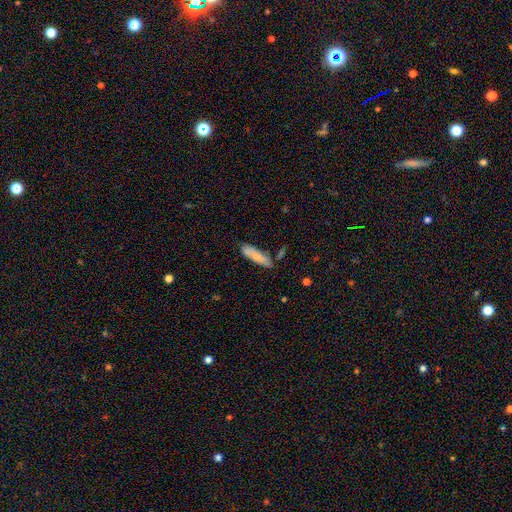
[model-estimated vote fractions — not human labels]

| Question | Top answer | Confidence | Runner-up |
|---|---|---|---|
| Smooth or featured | smooth | 76% | featured or disk (18%) |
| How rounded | cigar-shaped | 67% | in between (31%) |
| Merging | none | 71% | minor disturbance (19%) |